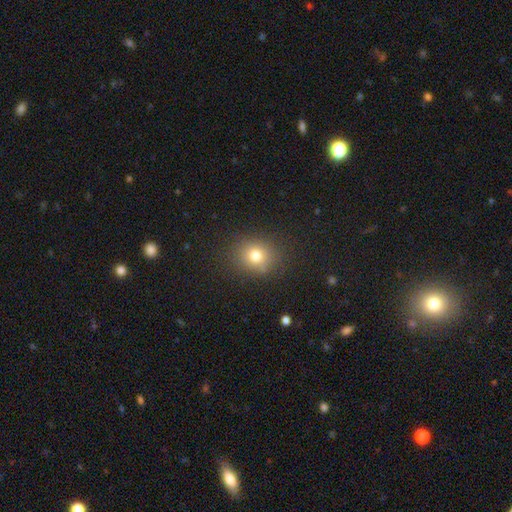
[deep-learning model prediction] Smooth or featured: smooth — 77% (star or artifact — 14%)
How rounded: round — 71% (in between — 28%)
Merging: none — 84% (minor disturbance — 10%)